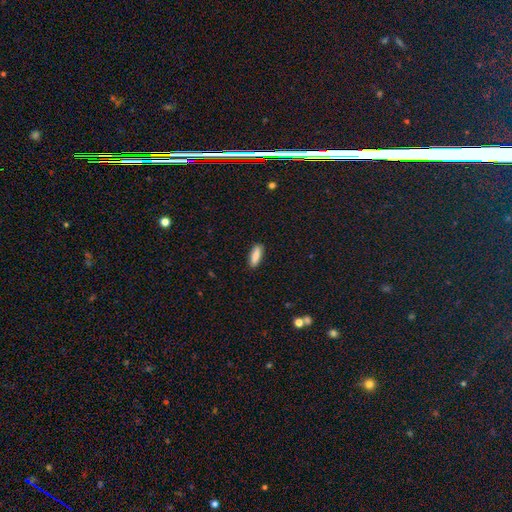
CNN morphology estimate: smooth-or-featured: smooth: 86% | featured or disk: 8% | star or artifact: 6%
  how-rounded: in between: 56% | cigar-shaped: 42% | round: 2%
  merging: none: 89% | minor disturbance: 8% | major disturbance: 2% | merger: 1%